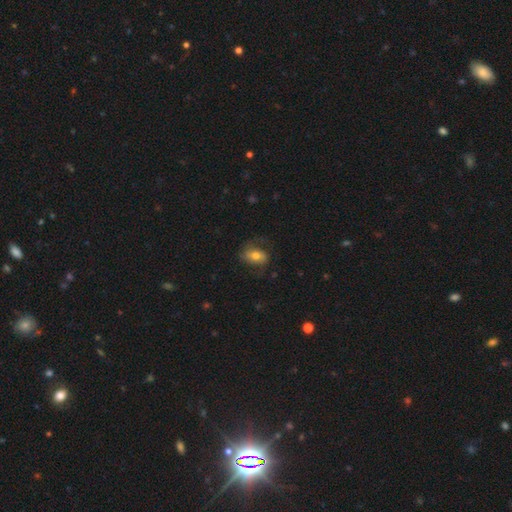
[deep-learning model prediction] smooth_or_featured: smooth (p=0.54) [alt: featured or disk p=0.38]
how_rounded: in between (p=0.82) [alt: round p=0.16]
merging: none (p=0.63) [alt: minor disturbance p=0.21]